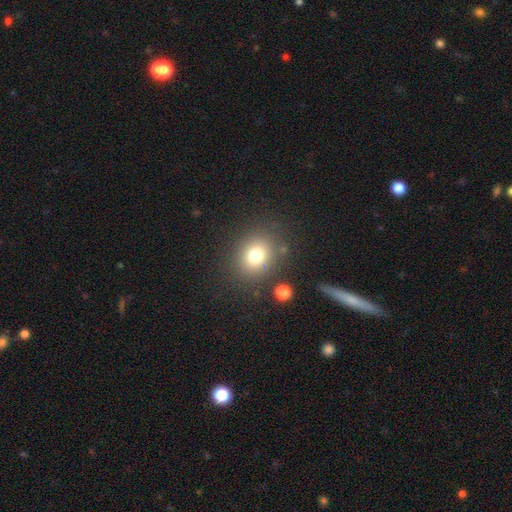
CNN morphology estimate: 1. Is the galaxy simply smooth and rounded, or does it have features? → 77% smooth, 14% star or artifact, 10% featured or disk.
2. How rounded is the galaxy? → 64% round, 35% in between, 1% cigar-shaped.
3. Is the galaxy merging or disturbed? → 81% none, 10% minor disturbance, 5% major disturbance, 4% merger.